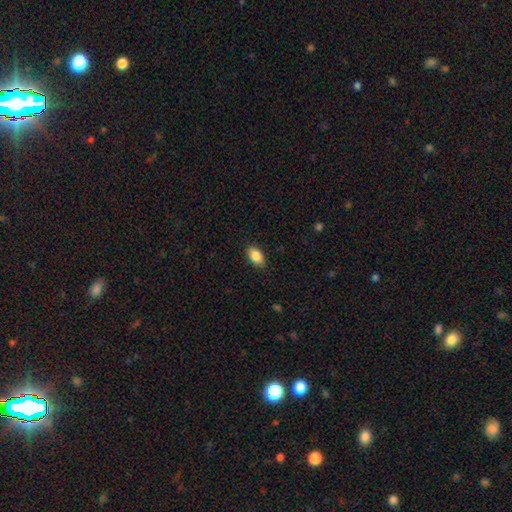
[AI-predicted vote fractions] Morphology: type=smooth (86%); roundness=in between (92%); merging=none (88%).